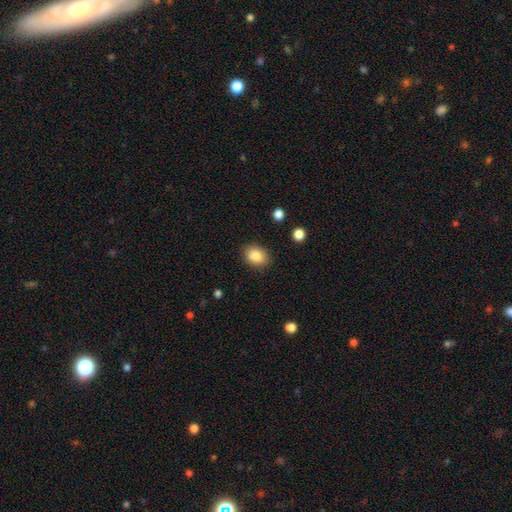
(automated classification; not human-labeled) Overall: smooth (86%). How rounded: in between (61%; round 38%). Merging: none (84%).